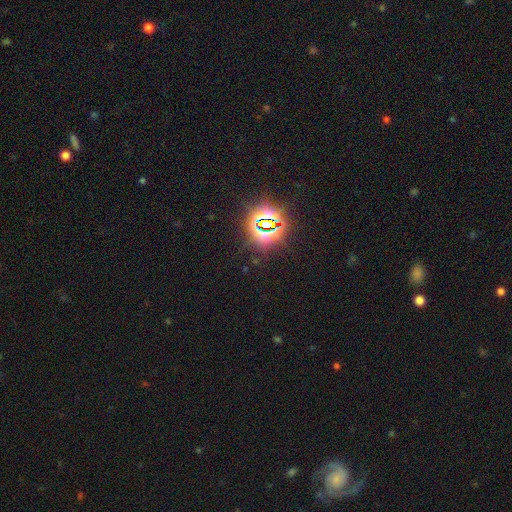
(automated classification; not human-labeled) star or artifact 82%, smooth 11%, featured or disk 7%.